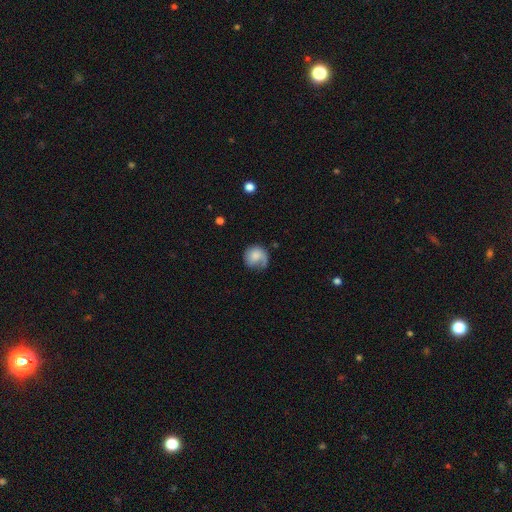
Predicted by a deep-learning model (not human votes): Morphology: type=smooth (59%); roundness=round (78%); merging=none (47%).